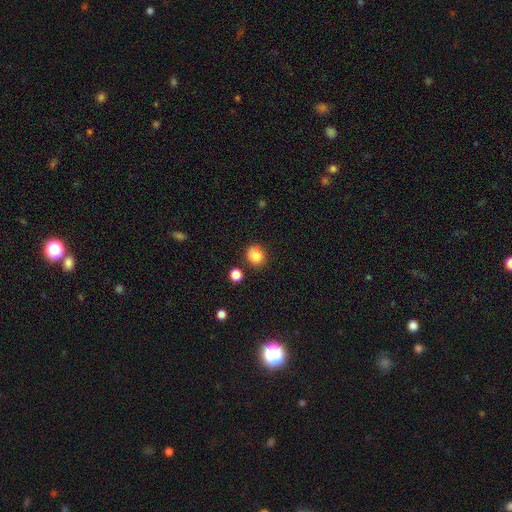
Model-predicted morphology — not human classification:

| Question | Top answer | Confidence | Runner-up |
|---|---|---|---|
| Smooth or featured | smooth | 83% | star or artifact (11%) |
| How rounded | round | 80% | in between (19%) |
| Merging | none | 81% | minor disturbance (12%) |